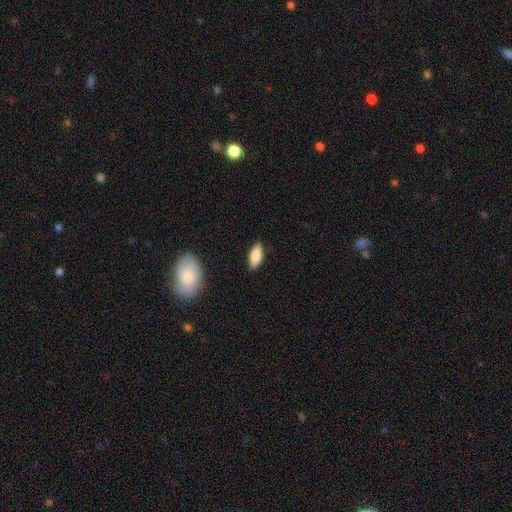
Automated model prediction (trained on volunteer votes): This appears to be a smooth galaxy with no disk features (82%) that is in between round and cigar-shaped (78%). Merging: none (86%).